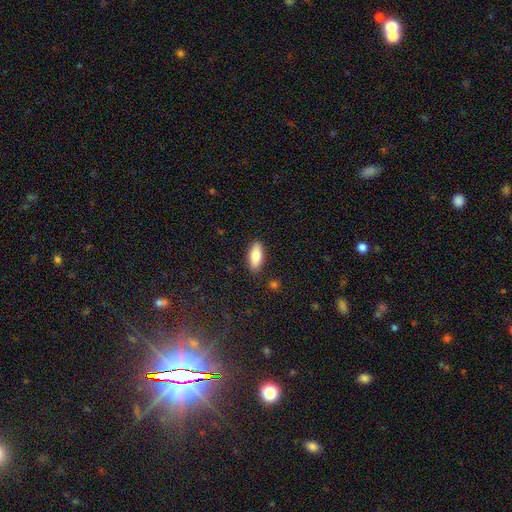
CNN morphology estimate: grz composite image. It shows a smooth galaxy with no disk features (83%) that is in between round and cigar-shaped (81%). Merging: none (88%).